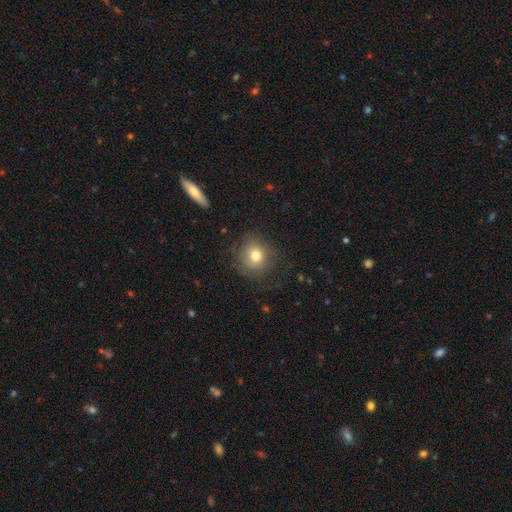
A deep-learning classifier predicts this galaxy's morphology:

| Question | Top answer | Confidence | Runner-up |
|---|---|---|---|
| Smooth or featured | smooth | 74% | featured or disk (14%) |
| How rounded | round | 86% | in between (13%) |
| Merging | none | 75% | minor disturbance (16%) |